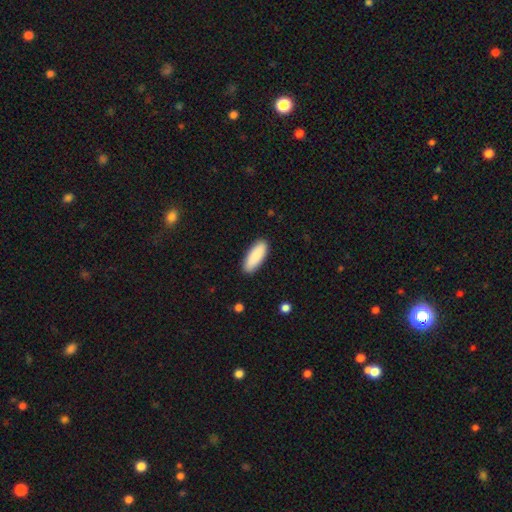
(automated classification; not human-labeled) This is clearly a smooth galaxy (90%). How rounded: likely in between (69%). Merging: clearly none (90%).